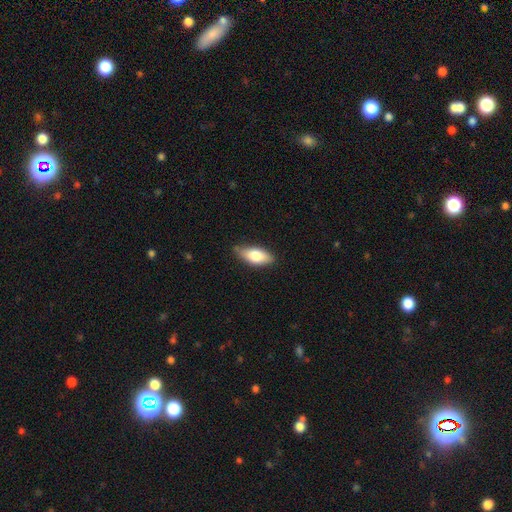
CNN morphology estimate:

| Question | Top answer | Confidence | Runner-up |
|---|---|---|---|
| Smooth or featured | smooth | 75% | featured or disk (19%) |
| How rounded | in between | 84% | cigar-shaped (14%) |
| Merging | none | 77% | minor disturbance (19%) |